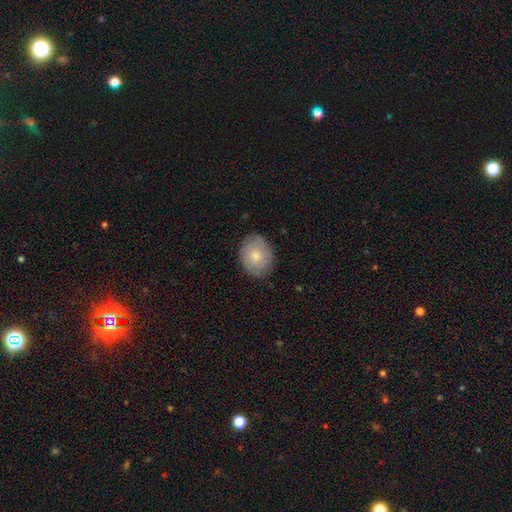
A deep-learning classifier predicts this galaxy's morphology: Smooth or featured? smooth (77%)
How rounded? in between (52%)
Merging? none (82%)